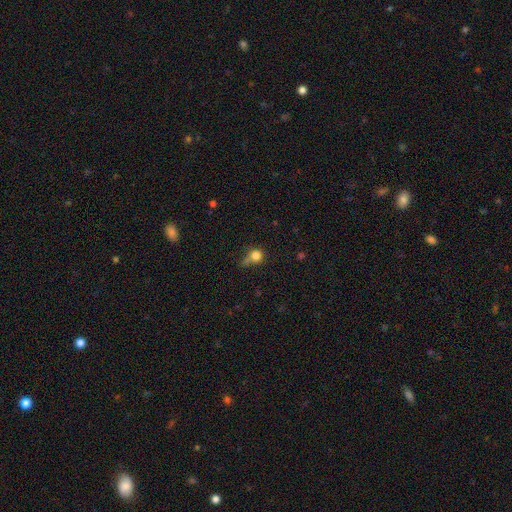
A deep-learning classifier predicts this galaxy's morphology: type=smooth (79%); roundness=round (85%); merging=none (47%).